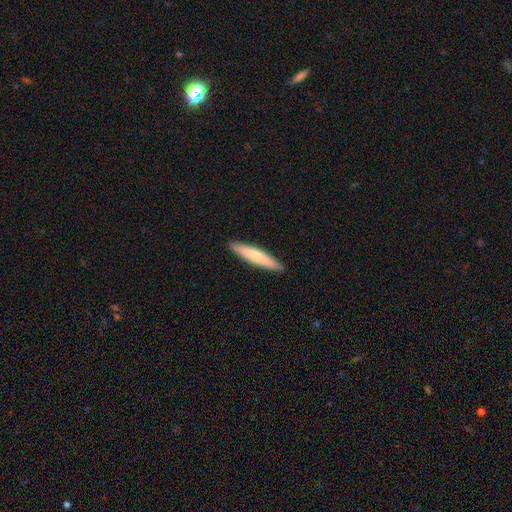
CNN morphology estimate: Smooth or featured: smooth — 67% (featured or disk — 28%)
How rounded: cigar-shaped — 90% (in between — 9%)
Merging: none — 91% (minor disturbance — 7%)